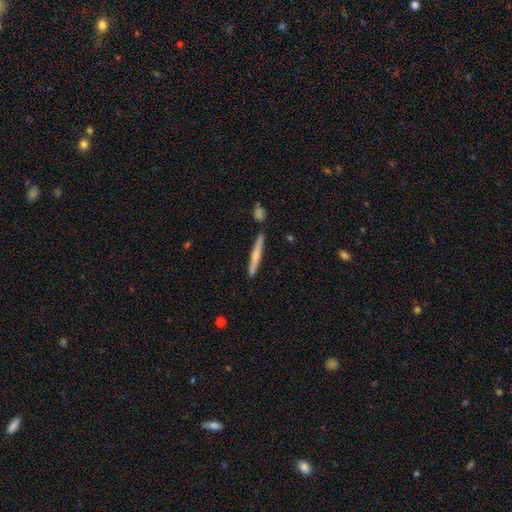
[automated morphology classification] type=smooth (49%); merging=none (87%).